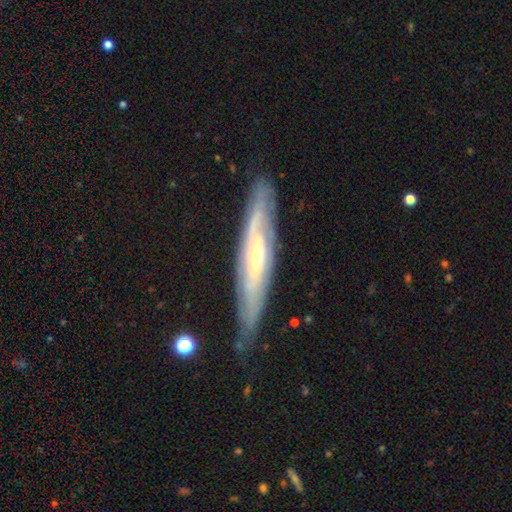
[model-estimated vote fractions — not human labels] This is likely a featured or disk galaxy (76%). It is possibly viewed edge-on (57%). Merging: likely none (77%).